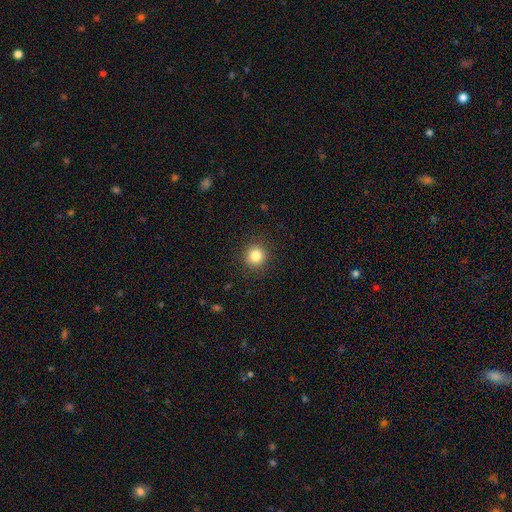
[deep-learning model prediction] smooth-or-featured: smooth: 83% | star or artifact: 11% | featured or disk: 6%
  how-rounded: round: 93% | in between: 6% | cigar-shaped: 1%
  merging: none: 91% | minor disturbance: 6% | major disturbance: 2% | merger: 1%